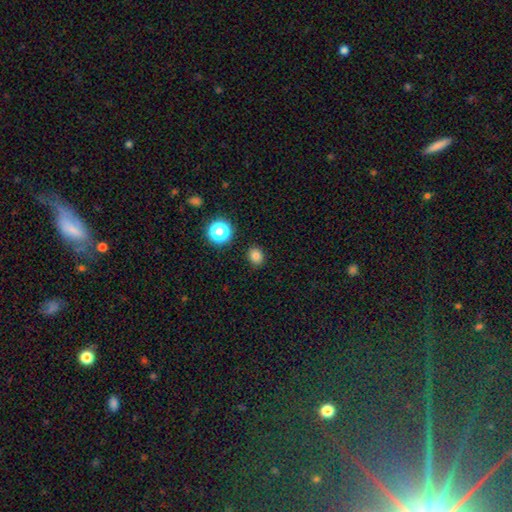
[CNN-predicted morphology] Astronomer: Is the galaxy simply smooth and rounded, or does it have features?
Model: smooth — 80%.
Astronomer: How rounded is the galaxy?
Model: round — 67%.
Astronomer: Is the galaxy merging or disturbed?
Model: none — 89%.